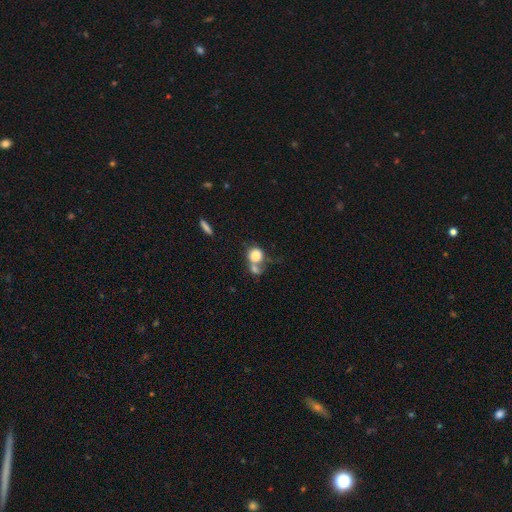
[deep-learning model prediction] Smooth or featured: smooth — 79% (featured or disk — 12%)
How rounded: round — 80% (in between — 19%)
Merging: merger — 50% (none — 31%)